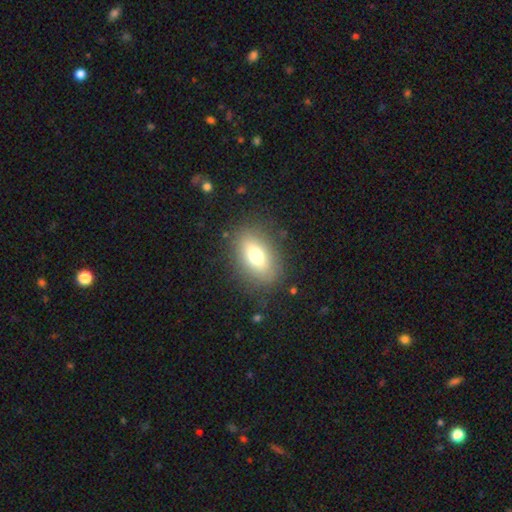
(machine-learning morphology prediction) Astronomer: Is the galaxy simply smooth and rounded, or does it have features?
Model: smooth — 72%.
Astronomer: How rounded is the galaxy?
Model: in between — 83%.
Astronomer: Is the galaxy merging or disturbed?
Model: none — 83%.